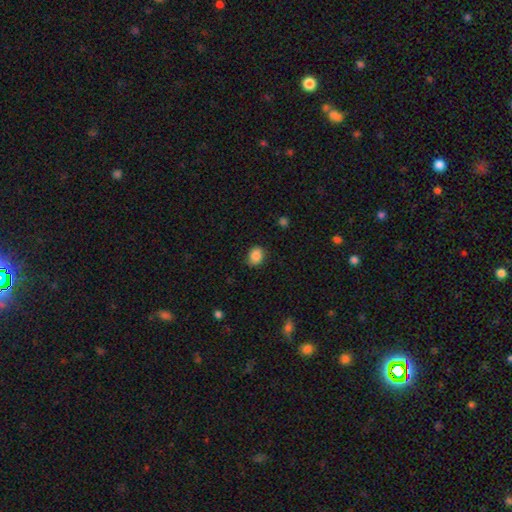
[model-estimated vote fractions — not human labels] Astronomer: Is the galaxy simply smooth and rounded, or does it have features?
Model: smooth — 87%.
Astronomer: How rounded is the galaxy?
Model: in between — 51% (runner-up: round, 48%).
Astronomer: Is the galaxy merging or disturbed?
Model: none — 81%.